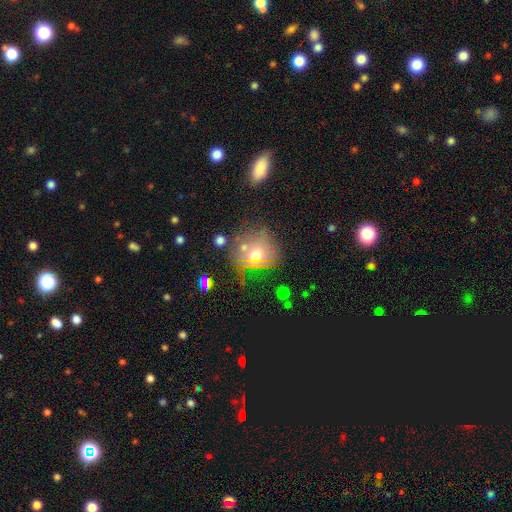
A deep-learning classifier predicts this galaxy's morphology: smooth 51%, star or artifact 32%, featured or disk 18%. Down the decision tree: how rounded — round (80%); merging — none (68%).